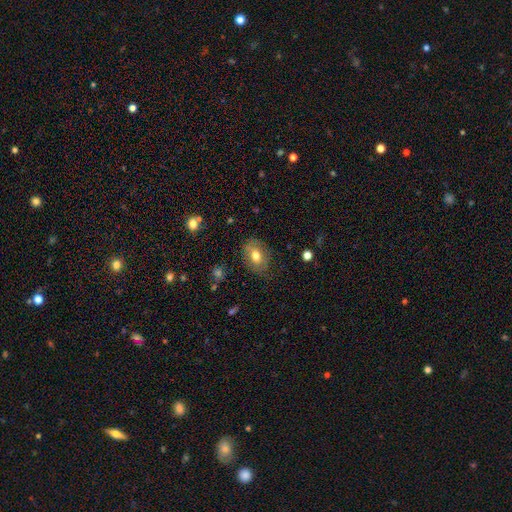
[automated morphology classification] A smooth galaxy with no disk features (65%) that is in between round and cigar-shaped (78%).

Vote fractions:
- Smooth or featured? smooth: 65% / featured or disk: 26% / star or artifact: 9%
- How rounded? in between: 78% / round: 21% / cigar-shaped: 1%
- Merging? none: 74% / minor disturbance: 18% / major disturbance: 6% / merger: 1%